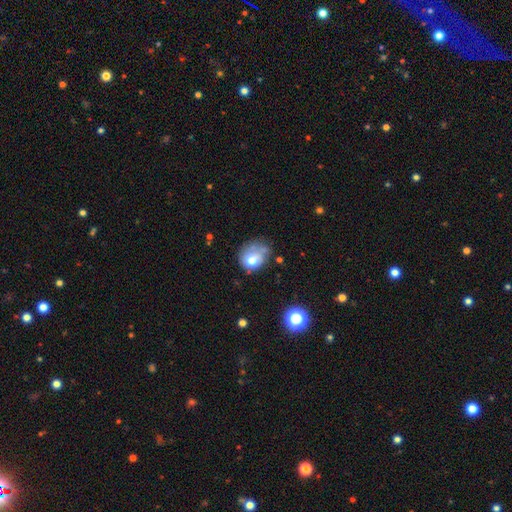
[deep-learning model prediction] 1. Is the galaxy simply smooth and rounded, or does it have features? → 69% smooth, 21% featured or disk, 10% star or artifact.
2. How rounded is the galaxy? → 59% round, 40% in between, 1% cigar-shaped.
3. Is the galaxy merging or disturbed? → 36% none, 32% minor disturbance, 21% major disturbance, 11% merger.